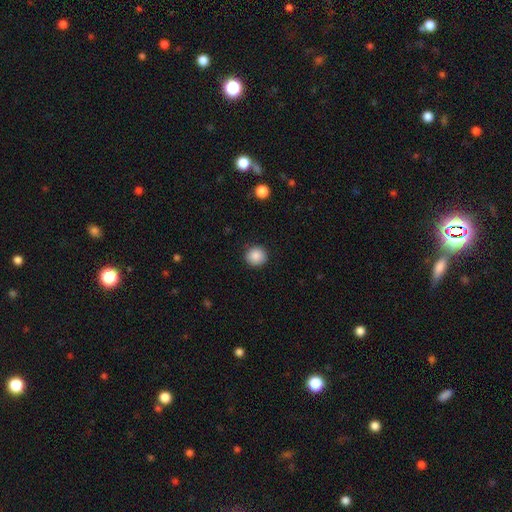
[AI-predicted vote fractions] smooth_or_featured: smooth (p=0.88) [alt: star or artifact p=0.09]
how_rounded: round (p=0.91) [alt: in between p=0.09]
merging: none (p=0.89) [alt: minor disturbance p=0.08]